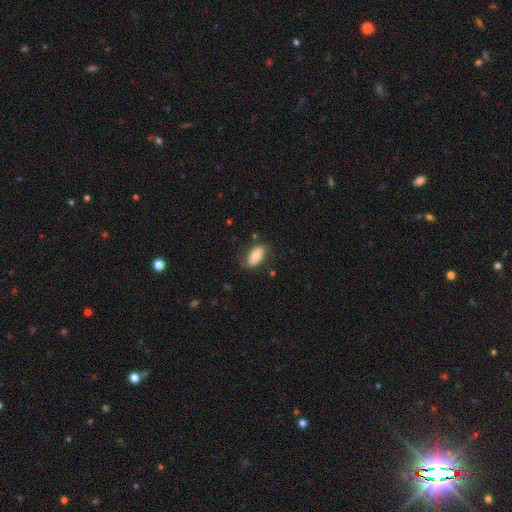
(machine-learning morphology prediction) Smooth or featured: smooth — 77% (featured or disk — 17%)
How rounded: in between — 89% (cigar-shaped — 8%)
Merging: none — 70% (minor disturbance — 21%)